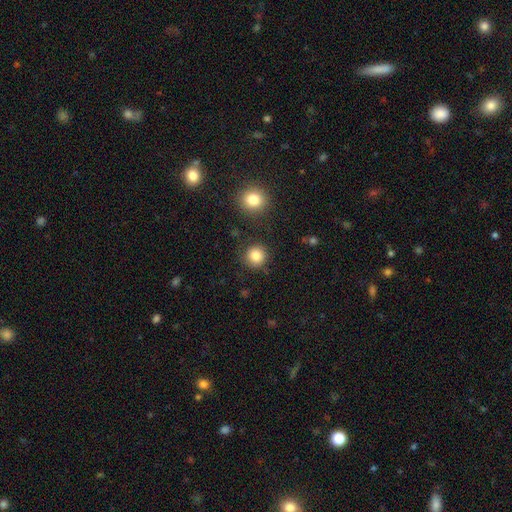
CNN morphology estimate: Smooth or featured: smooth — 83% (star or artifact — 11%)
How rounded: round — 92% (in between — 7%)
Merging: none — 84% (minor disturbance — 10%)